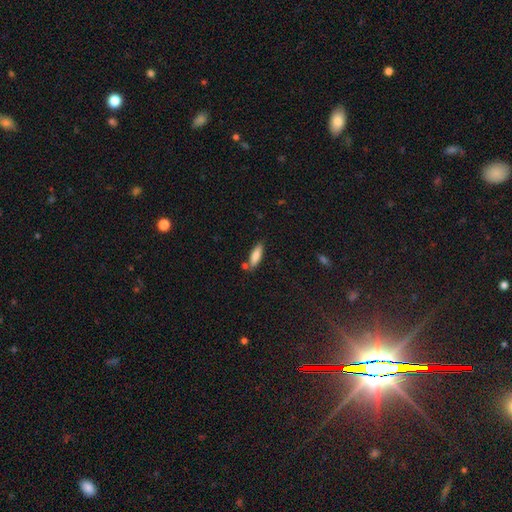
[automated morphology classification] smooth_or_featured: smooth (p=0.80) [alt: featured or disk p=0.13]
how_rounded: cigar-shaped (p=0.53) [alt: in between p=0.46]
merging: none (p=0.72) [alt: minor disturbance p=0.14]